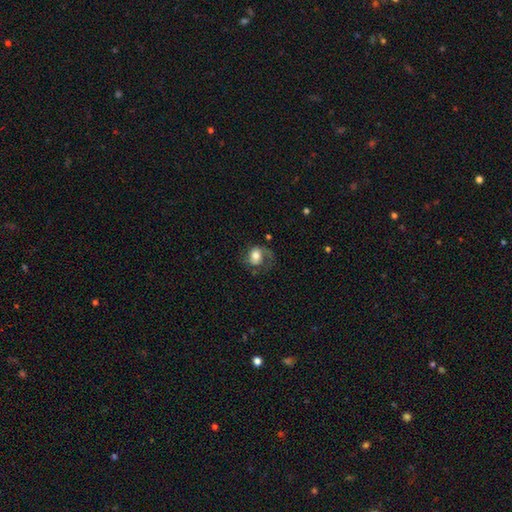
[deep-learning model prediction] A smooth galaxy with no disk features (47%). Merging: none (46%).